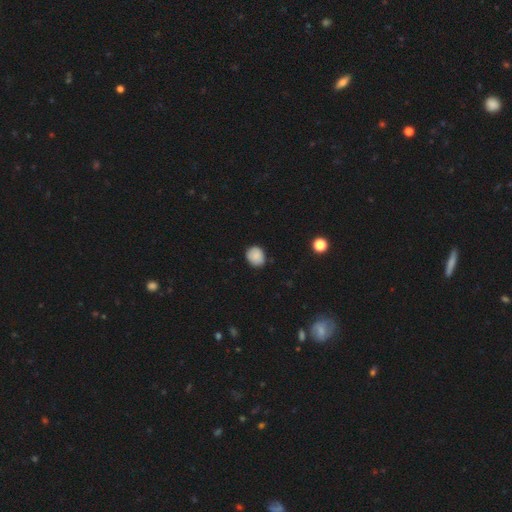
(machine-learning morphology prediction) Smooth or featured?
  - smooth: 85% *
  - star or artifact: 9%
  - featured or disk: 6%
How rounded?
  - round: 69% *
  - in between: 30%
  - cigar-shaped: 1%
Merging?
  - none: 79% *
  - minor disturbance: 17%
  - major disturbance: 3%
  - merger: 1%